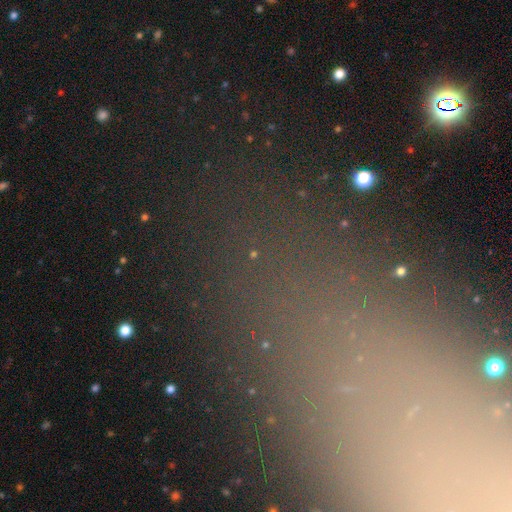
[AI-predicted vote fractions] This is likely a star or artifact rather than a galaxy (69%).